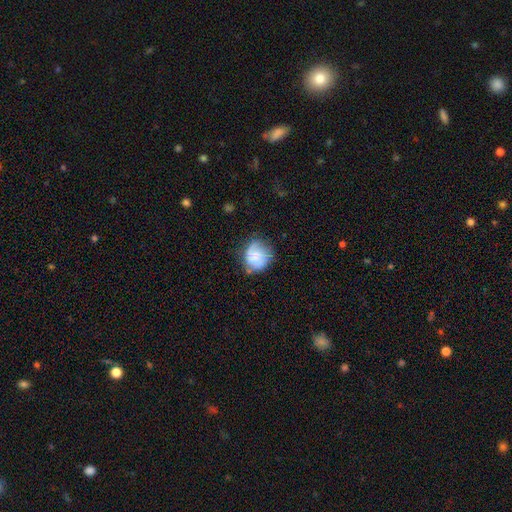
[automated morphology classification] This is likely a smooth galaxy (63%). How rounded: likely round (80%). Merging: possibly none (59%).